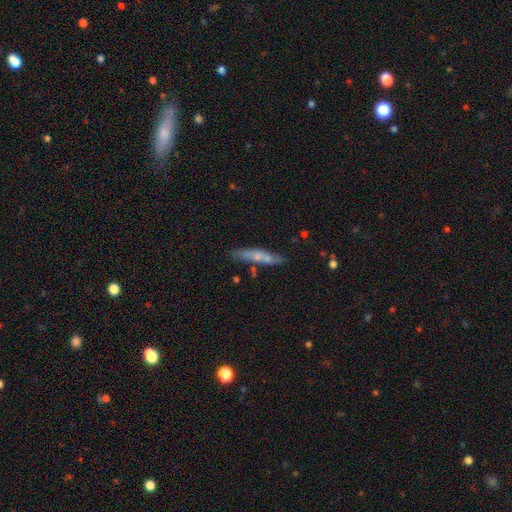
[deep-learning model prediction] Q: Smooth or featured?
A: smooth (50%); runner-up: featured or disk (42%)
Q: Merging?
A: none (76%); runner-up: minor disturbance (16%)